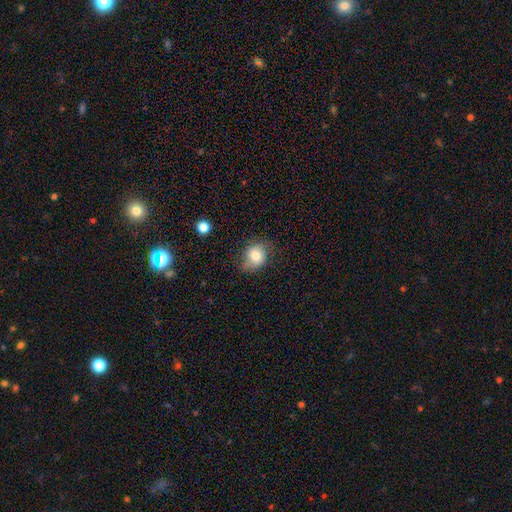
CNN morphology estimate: smooth_or_featured: smooth (p=0.75) [alt: featured or disk p=0.15]
how_rounded: round (p=0.57) [alt: in between p=0.42]
merging: none (p=0.63) [alt: minor disturbance p=0.27]